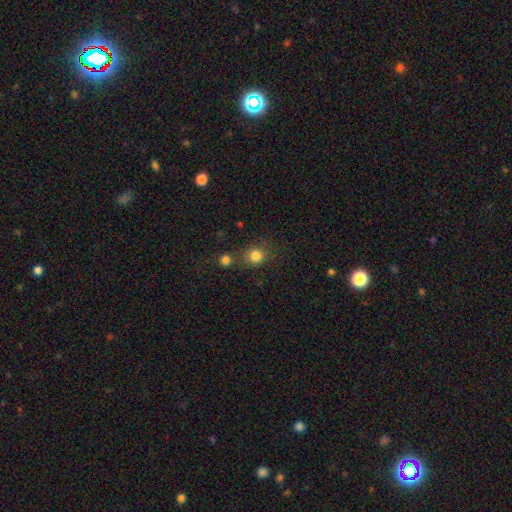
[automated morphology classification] A smooth galaxy with no disk features (82%) that is round (83%). Merging: none (66%).